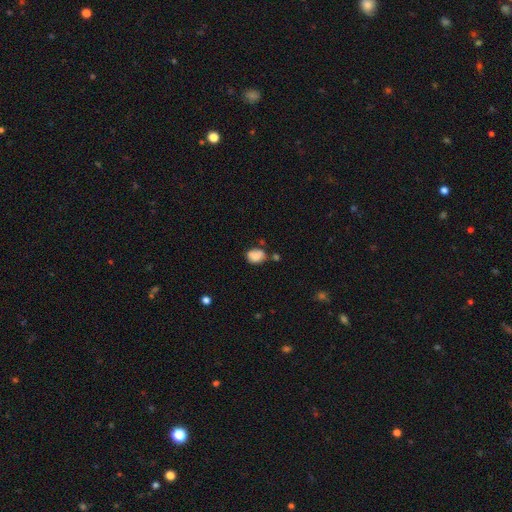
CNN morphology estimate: The model was most divided on "how rounded": in between: 65%, round: 34%, cigar-shaped: 1%. More confident: smooth or featured — smooth (81%); merging — none (56%).